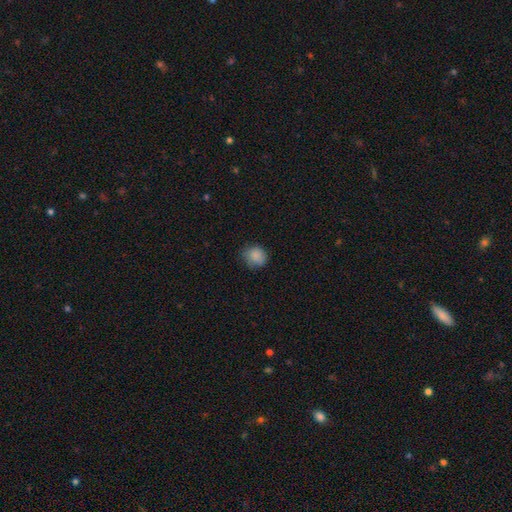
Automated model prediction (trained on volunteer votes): Smooth or featured: smooth — 86% (star or artifact — 9%)
How rounded: round — 79% (in between — 21%)
Merging: none — 71% (minor disturbance — 23%)